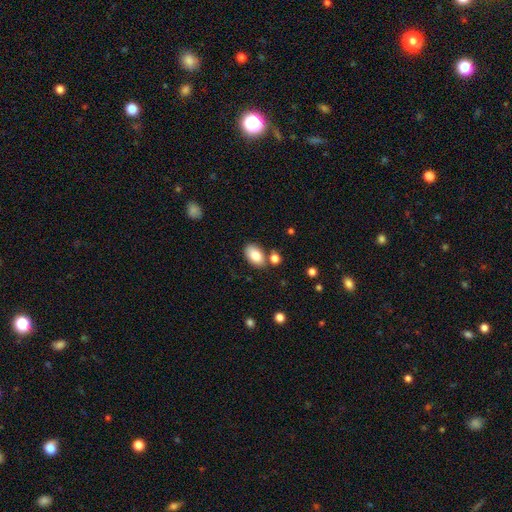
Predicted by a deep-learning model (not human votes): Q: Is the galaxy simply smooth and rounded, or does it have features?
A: smooth — 82%.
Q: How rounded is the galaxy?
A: in between — 91%.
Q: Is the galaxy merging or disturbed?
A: none — 75%.